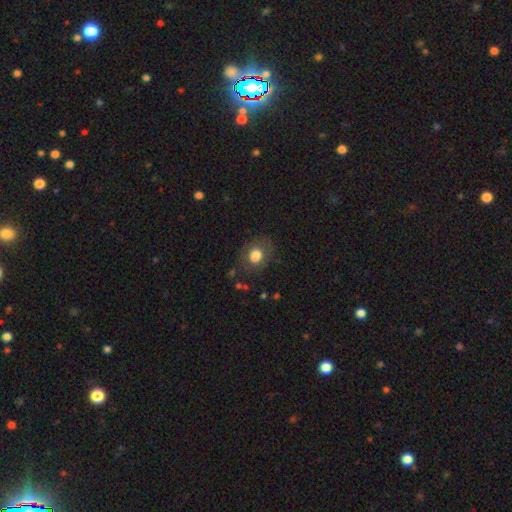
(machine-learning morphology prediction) type=smooth (76%); roundness=in between (53%); merging=none (72%).